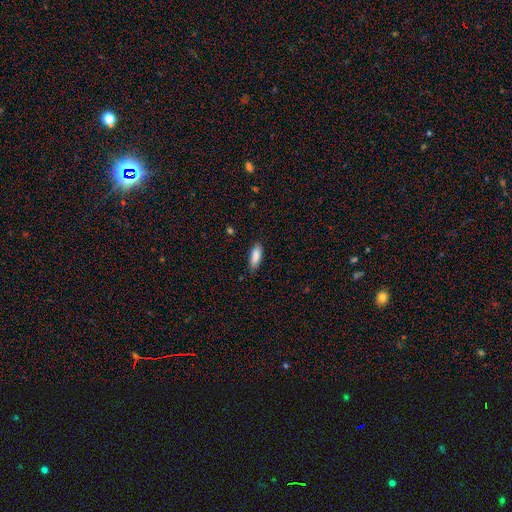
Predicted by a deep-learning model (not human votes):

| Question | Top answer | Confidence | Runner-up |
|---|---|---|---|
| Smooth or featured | smooth | 88% | star or artifact (6%) |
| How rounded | in between | 67% | cigar-shaped (32%) |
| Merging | none | 83% | minor disturbance (13%) |